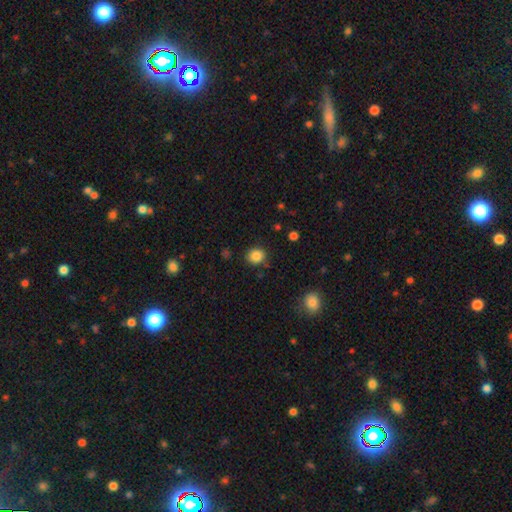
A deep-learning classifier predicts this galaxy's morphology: smooth-or-featured: smooth: 85% | star or artifact: 11% | featured or disk: 4%
  how-rounded: round: 81% | in between: 18% | cigar-shaped: 1%
  merging: none: 85% | minor disturbance: 10% | major disturbance: 3% | merger: 2%